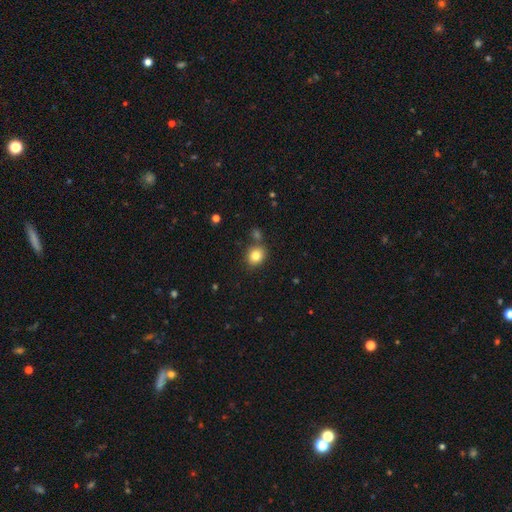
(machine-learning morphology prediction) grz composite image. It shows a smooth galaxy with no disk features (82%) that is round (65%). Merging: none (76%).